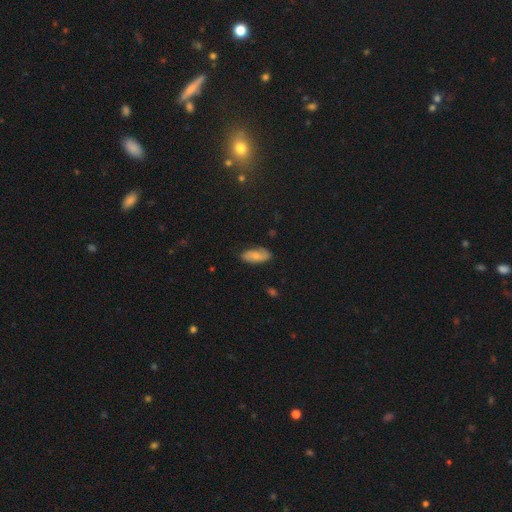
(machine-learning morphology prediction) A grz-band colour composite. It shows a smooth galaxy with no disk features (65%) that is in between round and cigar-shaped (87%). Merging: none (80%).